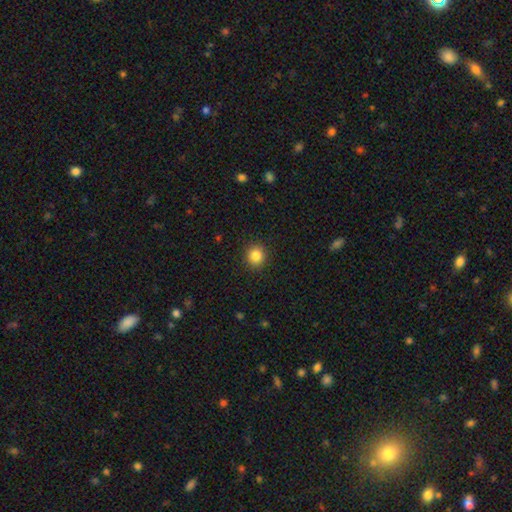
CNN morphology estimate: A smooth galaxy with no disk features (85%) that is round (89%). Merging: none (92%).